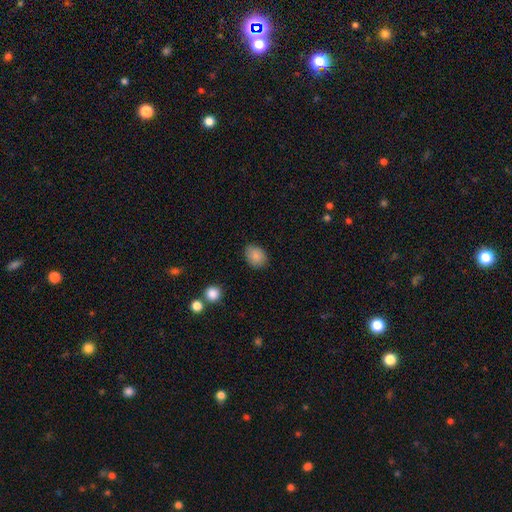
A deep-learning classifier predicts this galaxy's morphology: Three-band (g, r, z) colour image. It shows a smooth galaxy with no disk features (86%) that is in between round and cigar-shaped (60%). Merging: none (80%).